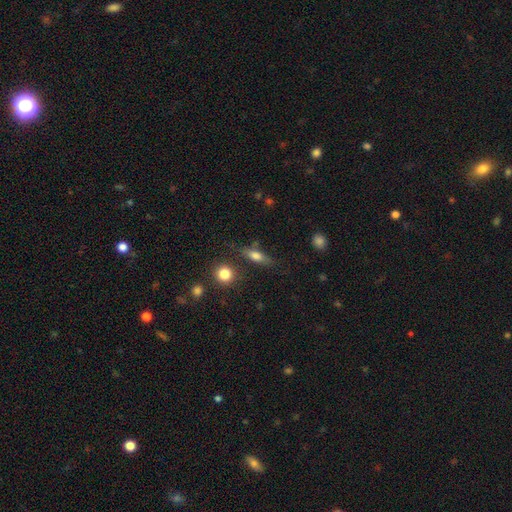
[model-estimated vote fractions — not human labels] A smooth galaxy with no disk features (68%) that is in between round and cigar-shaped (55%).

Vote fractions:
- Smooth or featured? smooth: 68% / featured or disk: 23% / star or artifact: 9%
- How rounded? in between: 55% / cigar-shaped: 38% / round: 7%
- Merging? none: 72% / minor disturbance: 17% / major disturbance: 6% / merger: 5%